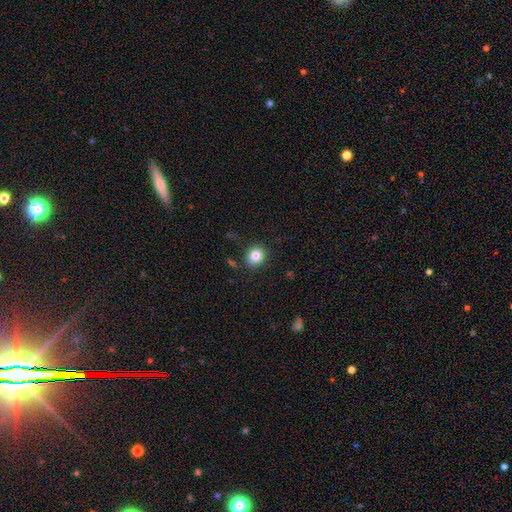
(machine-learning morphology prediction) Smooth or featured? Predicted: smooth (p=0.83). How rounded? Predicted: round (p=0.76). Merging? Predicted: none (p=0.86).